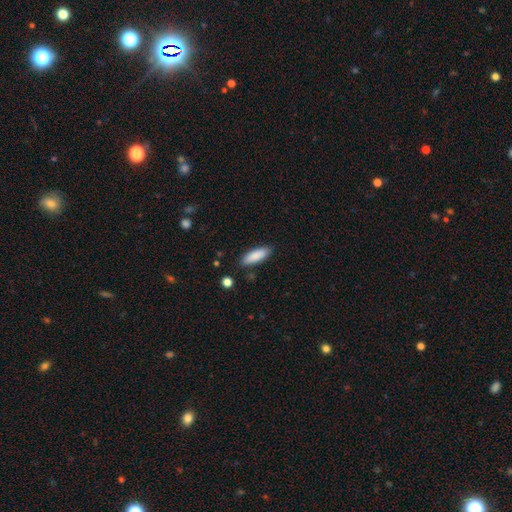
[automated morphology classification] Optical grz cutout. It shows a smooth galaxy with no disk features (87%) that is in between round and cigar-shaped (61%). Merging: none (85%).